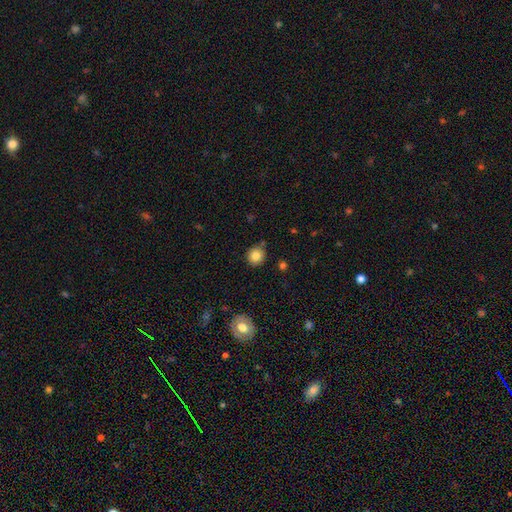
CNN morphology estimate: This is clearly a smooth galaxy (83%). How rounded: clearly round (86%). Merging: clearly none (85%).